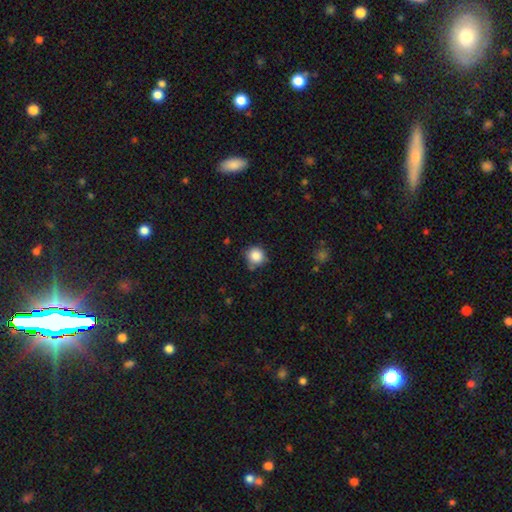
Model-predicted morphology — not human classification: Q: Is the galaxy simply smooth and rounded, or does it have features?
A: smooth — 86%.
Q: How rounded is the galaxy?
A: round — 92%.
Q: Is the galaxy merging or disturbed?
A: none — 75%.